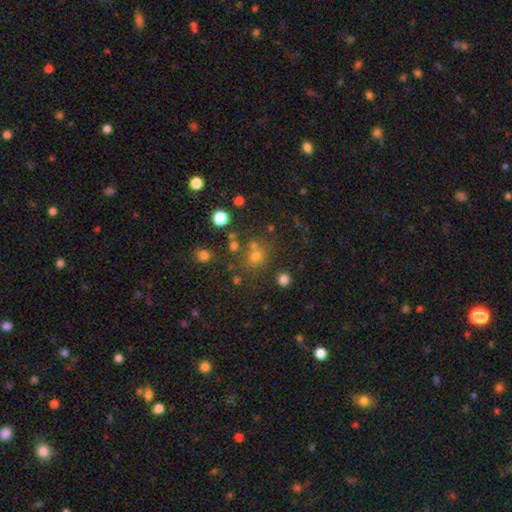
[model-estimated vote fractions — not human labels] Smooth or featured: smooth — 62% (star or artifact — 28%)
How rounded: round — 80% (in between — 19%)
Merging: none — 67% (merger — 16%)